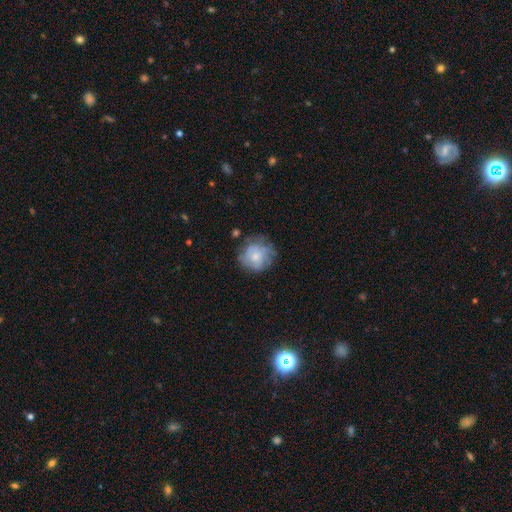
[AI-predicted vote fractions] smooth-or-featured: smooth: 53% | featured or disk: 39% | star or artifact: 8%
  how-rounded: round: 84% | in between: 15% | cigar-shaped: 1%
  merging: none: 62% | minor disturbance: 23% | major disturbance: 12% | merger: 3%